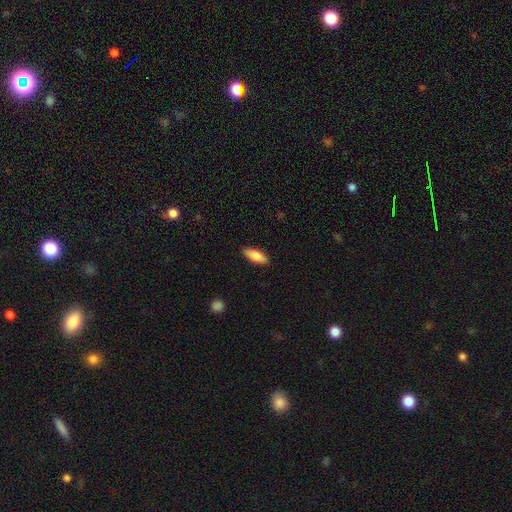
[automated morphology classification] type=smooth (82%); roundness=in between (73%); merging=none (89%).